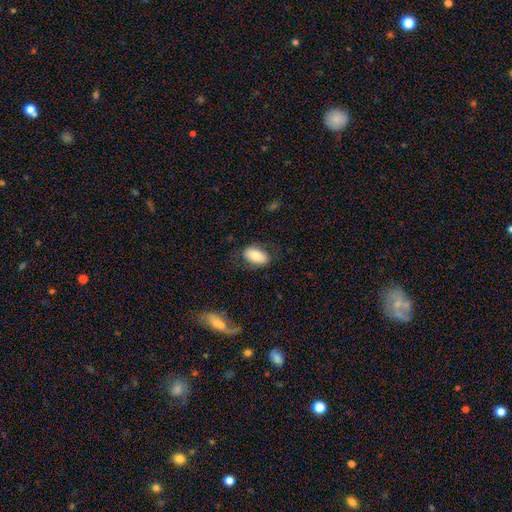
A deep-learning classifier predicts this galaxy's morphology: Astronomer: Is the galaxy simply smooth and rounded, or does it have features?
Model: smooth — 75%.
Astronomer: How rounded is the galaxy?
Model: in between — 92%.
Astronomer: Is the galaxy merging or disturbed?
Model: none — 75%.